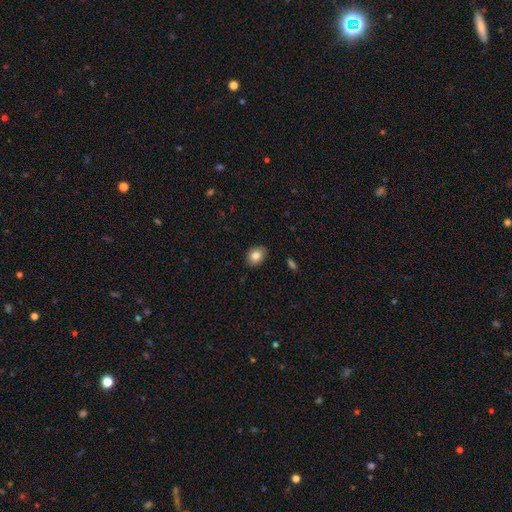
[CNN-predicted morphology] A smooth galaxy with no disk features (83%) that is in between round and cigar-shaped (60%). Merging: none (88%).